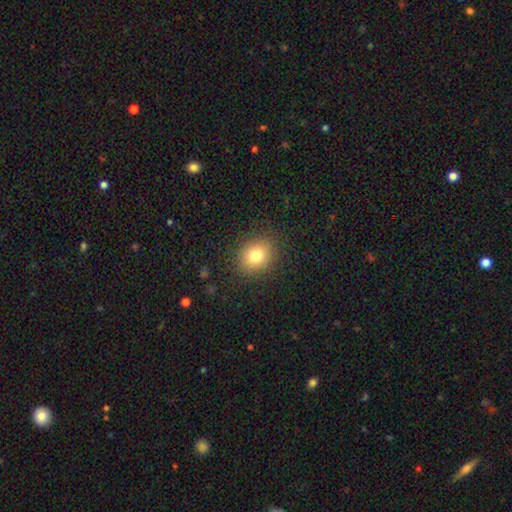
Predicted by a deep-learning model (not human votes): A smooth galaxy with no disk features (79%) that is round (57%). Merging: none (86%).